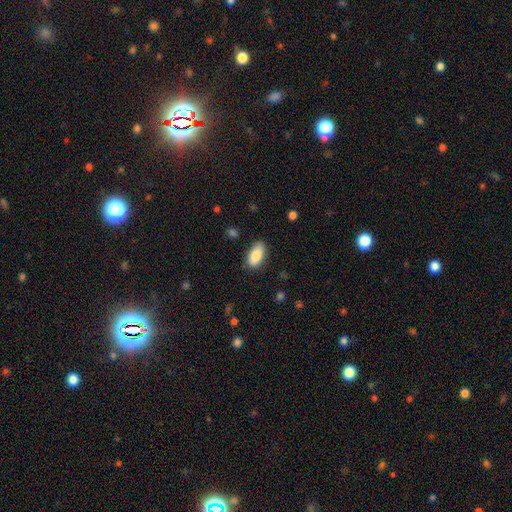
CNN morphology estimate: This appears to be a smooth galaxy with no disk features (87%) that is in between round and cigar-shaped (90%). Merging: none (83%).